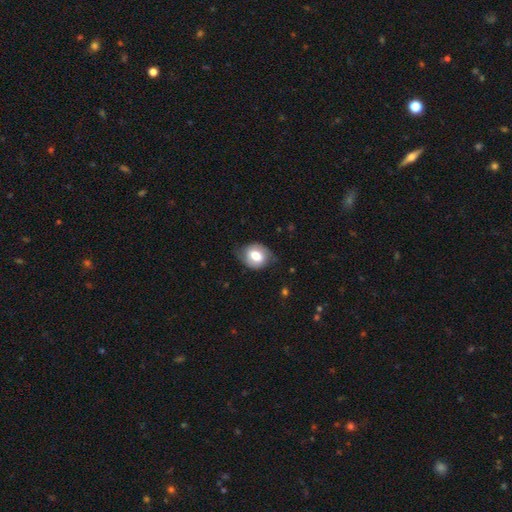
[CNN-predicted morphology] smooth 62%, featured or disk 31%, star or artifact 7%. Down the decision tree: how rounded — round (56%); merging — none (67%).